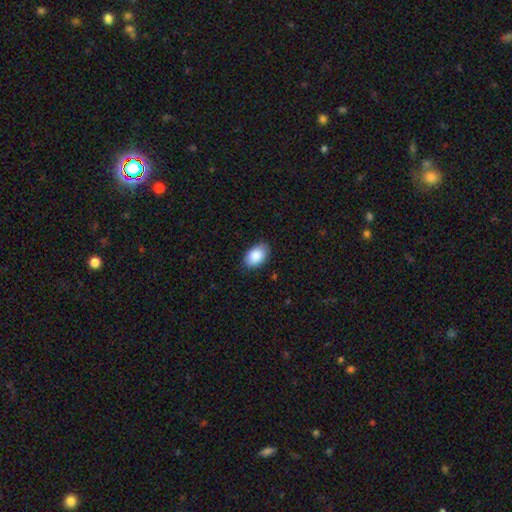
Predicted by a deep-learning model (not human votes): Smooth or featured? smooth (88%)
How rounded? in between (91%)
Merging? none (84%)